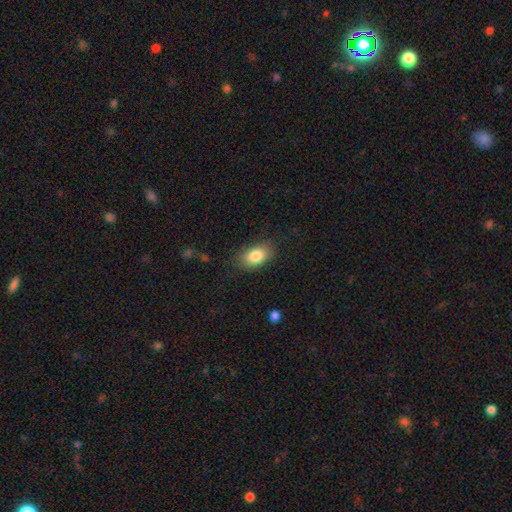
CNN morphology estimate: Smooth or featured: smooth — 83% (featured or disk — 9%)
How rounded: in between — 88% (round — 10%)
Merging: none — 81% (minor disturbance — 14%)